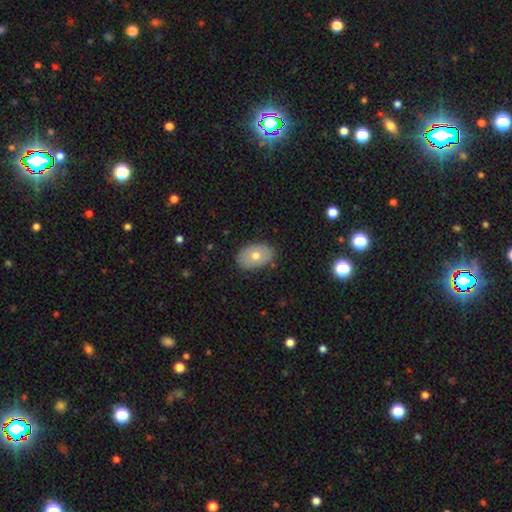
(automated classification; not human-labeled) smooth_or_featured: smooth (p=0.66) [alt: featured or disk p=0.26]
how_rounded: in between (p=0.87) [alt: round p=0.12]
merging: none (p=0.85) [alt: minor disturbance p=0.12]